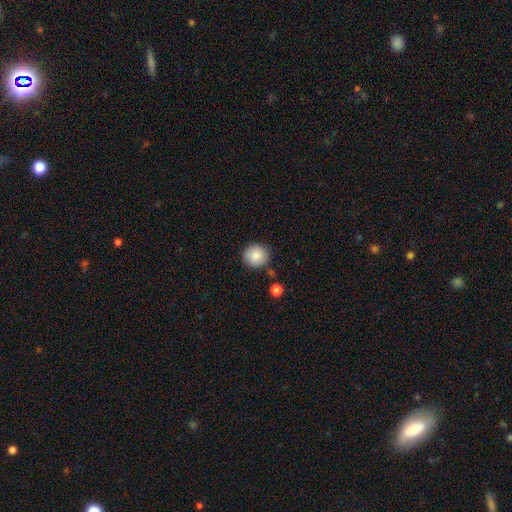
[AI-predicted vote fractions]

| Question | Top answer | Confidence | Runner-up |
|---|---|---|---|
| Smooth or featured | smooth | 86% | star or artifact (8%) |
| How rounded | round | 92% | in between (8%) |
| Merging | none | 85% | minor disturbance (10%) |